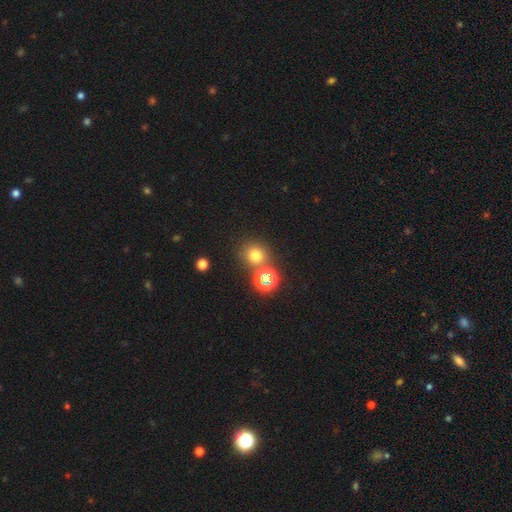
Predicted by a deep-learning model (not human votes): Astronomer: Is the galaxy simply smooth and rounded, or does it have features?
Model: smooth — 70%.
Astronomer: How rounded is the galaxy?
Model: round — 87%.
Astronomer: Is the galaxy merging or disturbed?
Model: none — 70%.